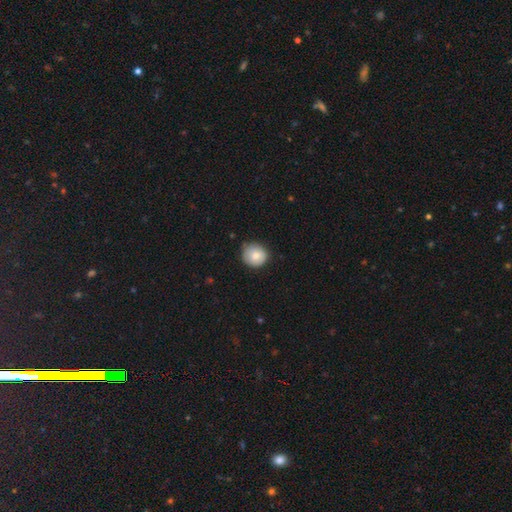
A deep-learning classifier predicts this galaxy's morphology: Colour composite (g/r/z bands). It shows a smooth galaxy with no disk features (79%) that is round (92%). Merging: none (77%).